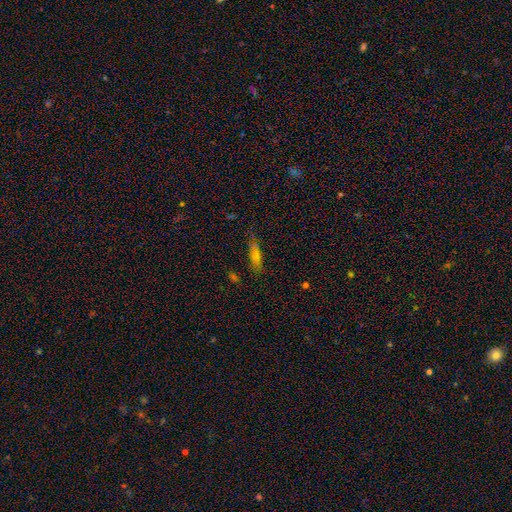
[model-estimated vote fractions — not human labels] Smooth or featured: smooth — 70% (featured or disk — 16%)
How rounded: in between — 54% (cigar-shaped — 43%)
Merging: none — 63% (minor disturbance — 25%)